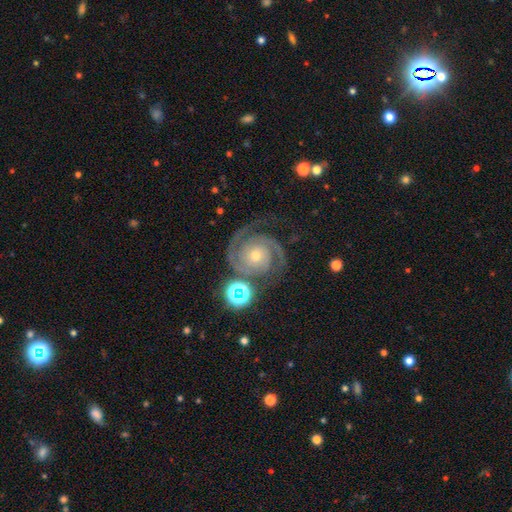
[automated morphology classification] type=featured or disk (90%); edge-on=no (98%); bar=no (77%); spiral arms=yes (99%); winding=tight (67%); arm count=2 (82%); bulge=small (56%); merging=none (76%).